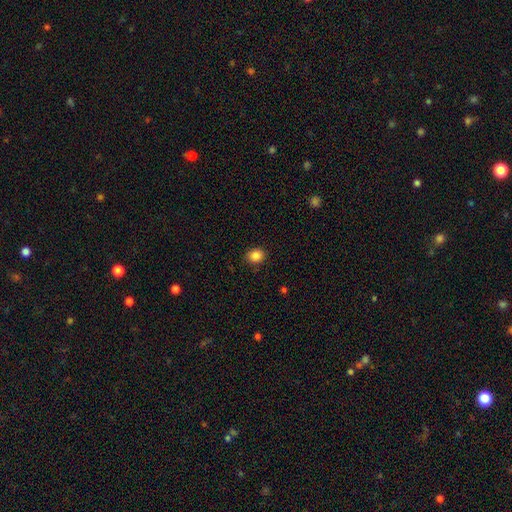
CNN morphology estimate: This appears to be a smooth galaxy with no disk features (86%) that is round (62%). Merging: none (89%).